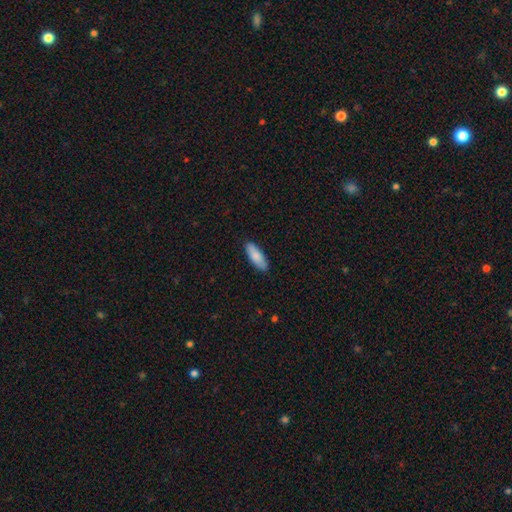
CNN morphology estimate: Smooth or featured? Predicted: smooth (p=0.83). How rounded? Predicted: in between (p=0.70). Merging? Predicted: none (p=0.87).